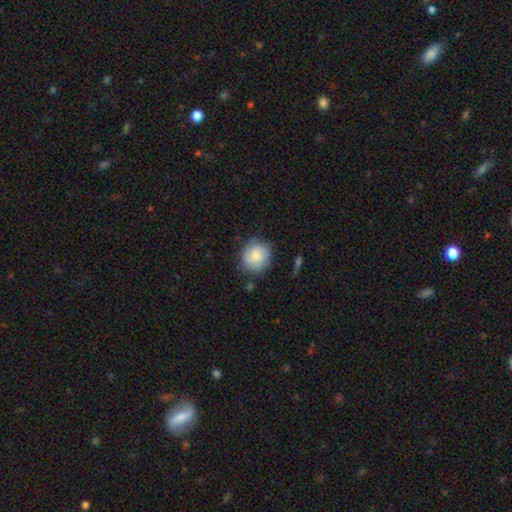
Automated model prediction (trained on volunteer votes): This is likely a smooth galaxy (73%). How rounded: clearly round (86%). Merging: likely none (76%).